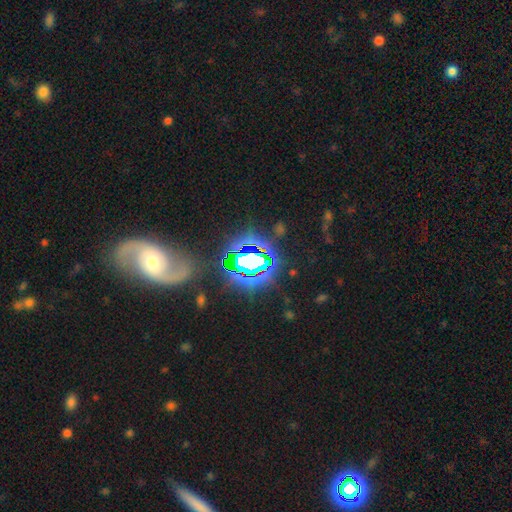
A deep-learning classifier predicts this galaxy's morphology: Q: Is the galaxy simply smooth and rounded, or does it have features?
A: star or artifact — 48%.